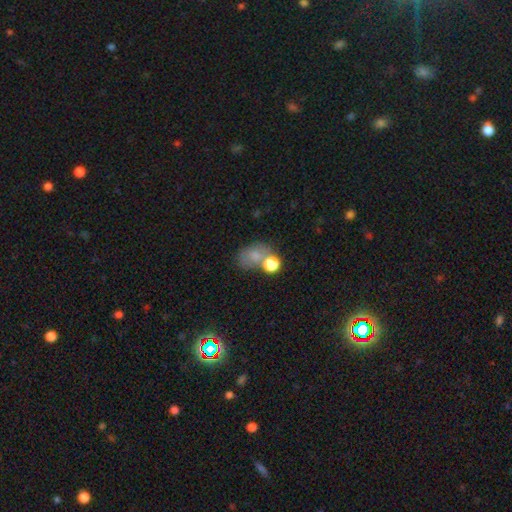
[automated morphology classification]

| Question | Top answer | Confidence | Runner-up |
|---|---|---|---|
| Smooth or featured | smooth | 71% | star or artifact (15%) |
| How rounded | in between | 67% | round (32%) |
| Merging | none | 42% | merger (30%) |